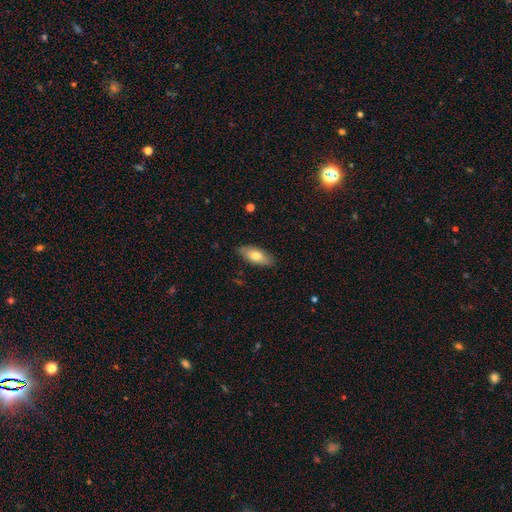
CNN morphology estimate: smooth 73%, featured or disk 21%, star or artifact 6%. Down the decision tree: how rounded — in between (80%); merging — none (87%).